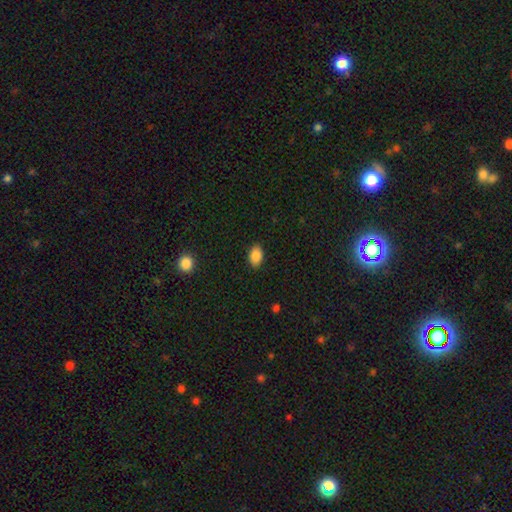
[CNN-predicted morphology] type=smooth (86%); roundness=in between (87%); merging=none (88%).